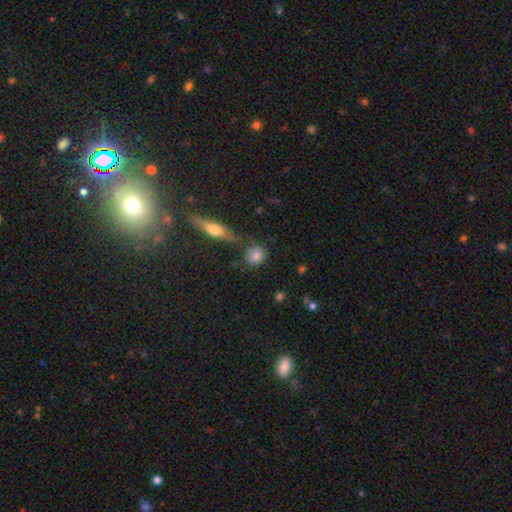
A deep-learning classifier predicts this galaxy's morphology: Smooth or featured: smooth — 81% (featured or disk — 10%)
How rounded: round — 79% (in between — 17%)
Merging: none — 75% (minor disturbance — 13%)